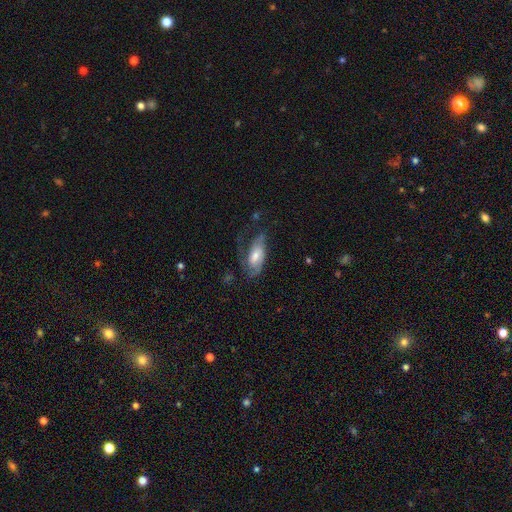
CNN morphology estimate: Smooth or featured?
  - featured or disk: 62% *
  - smooth: 30%
  - star or artifact: 7%
Edge-on disk?
  - no: 91% *
  - yes: 9%
Bar?
  - no: 56% *
  - weak: 34%
  - strong: 10%
Spiral arms?
  - yes: 84% *
  - no: 16%
Bulge size?
  - moderate: 54% *
  - small: 28%
  - large: 12%
  - none: 3%
  - dominant: 2%
Merging?
  - none: 42% *
  - major disturbance: 32%
  - minor disturbance: 24%
  - merger: 2%